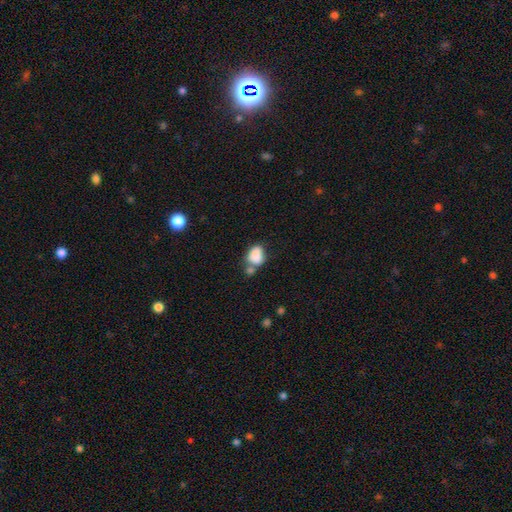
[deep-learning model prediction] Q: Smooth or featured?
A: smooth (80%); runner-up: featured or disk (10%)
Q: How rounded?
A: in between (72%); runner-up: round (27%)
Q: Merging?
A: merger (38%); runner-up: none (33%)